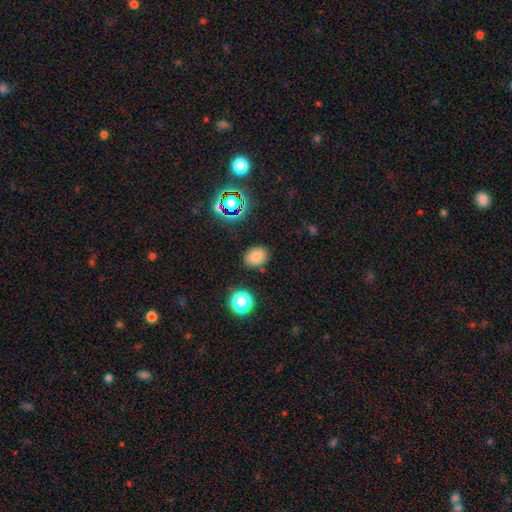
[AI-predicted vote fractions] The model was most divided on "how rounded": in between: 63%, round: 36%, cigar-shaped: 1%. More confident: merging — none (82%); smooth or featured — smooth (78%).